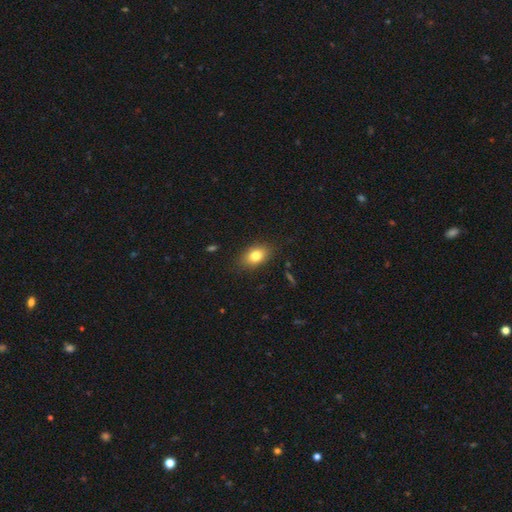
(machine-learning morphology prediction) smooth-or-featured: smooth: 80% | featured or disk: 11% | star or artifact: 9%
  how-rounded: in between: 82% | round: 16% | cigar-shaped: 2%
  merging: none: 84% | minor disturbance: 12% | major disturbance: 3% | merger: 1%